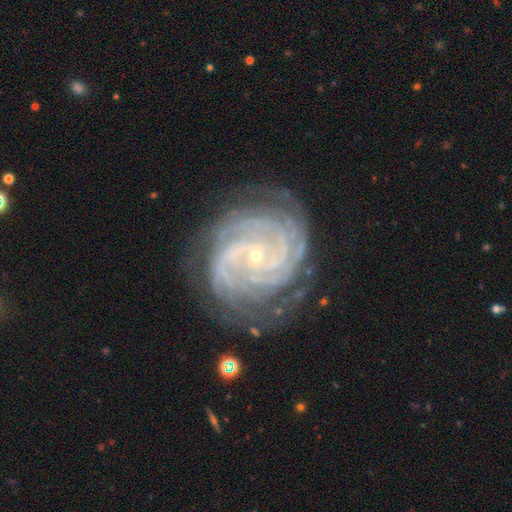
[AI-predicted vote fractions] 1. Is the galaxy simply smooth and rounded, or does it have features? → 91% featured or disk, 5% star or artifact, 3% smooth.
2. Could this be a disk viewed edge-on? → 98% no, 2% yes.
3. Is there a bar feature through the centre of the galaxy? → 62% no, 27% weak, 12% strong.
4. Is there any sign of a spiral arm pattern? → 99% yes, 1% no.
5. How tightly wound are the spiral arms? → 81% tight, 16% medium, 2% loose.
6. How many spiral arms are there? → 27% 4, 17% more than 4, 17% 3, 17% can't tell, 14% 2, 8% 1.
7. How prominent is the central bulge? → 86% small, 11% moderate, 1% none, 1% large, 1% dominant.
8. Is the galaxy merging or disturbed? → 76% none, 16% minor disturbance, 6% major disturbance, 2% merger.